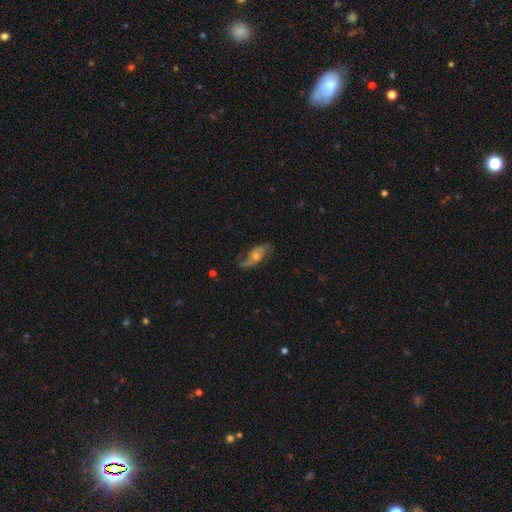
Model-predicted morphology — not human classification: Q: Smooth or featured?
A: featured or disk (77%); runner-up: smooth (16%)
Q: Edge-on disk?
A: no (89%); runner-up: yes (11%)
Q: Bar?
A: no (64%); runner-up: weak (29%)
Q: Spiral arms?
A: yes (92%); runner-up: no (8%)
Q: Spiral winding?
A: loose (51%); runner-up: medium (36%)
Q: Spiral arm count?
A: 2 (87%); runner-up: can't tell (6%)
Q: Bulge size?
A: moderate (55%); runner-up: small (34%)
Q: Merging?
A: none (75%); runner-up: minor disturbance (16%)